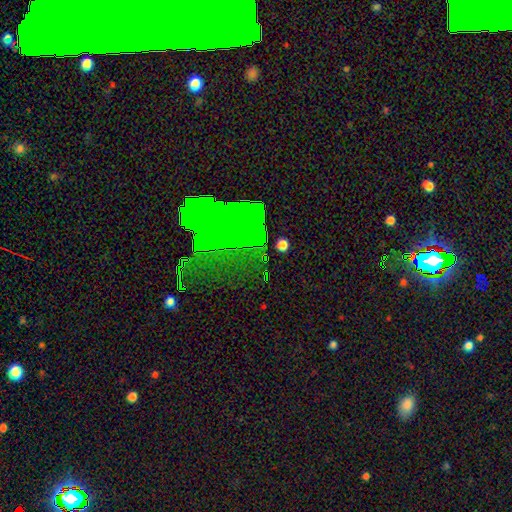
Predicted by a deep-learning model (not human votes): Smooth or featured? star or artifact (50%)